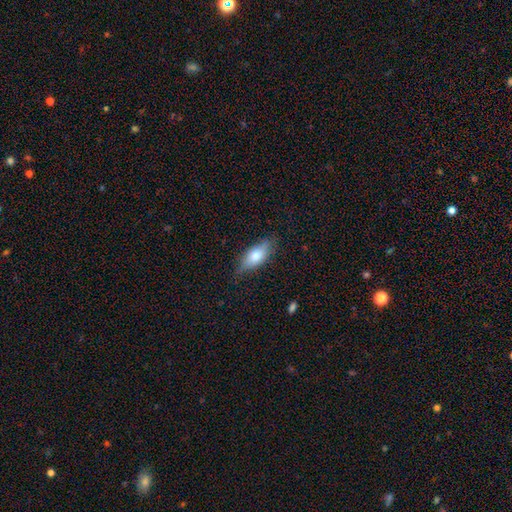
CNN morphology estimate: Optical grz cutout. It shows a smooth galaxy with no disk features (70%) that is in between round and cigar-shaped (80%). Merging: none (75%).